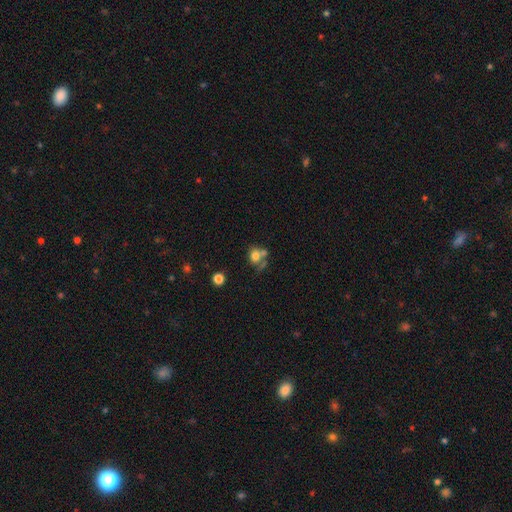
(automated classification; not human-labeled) Overall: smooth (71%). How rounded: round (64%; in between 35%). Merging: merger (41%; none 35%).